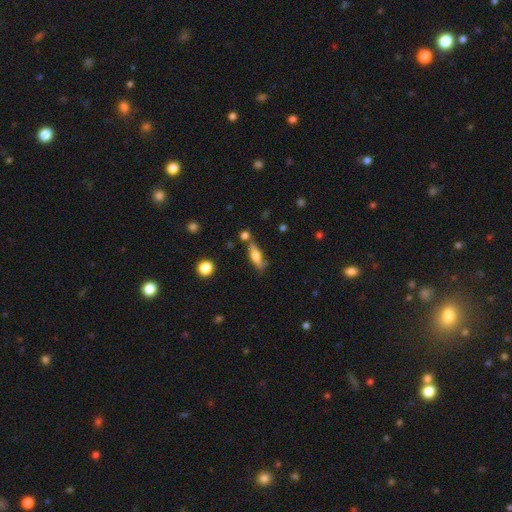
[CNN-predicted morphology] A smooth galaxy with no disk features (56%) that is cigar-shaped (51%). Merging: none (68%).